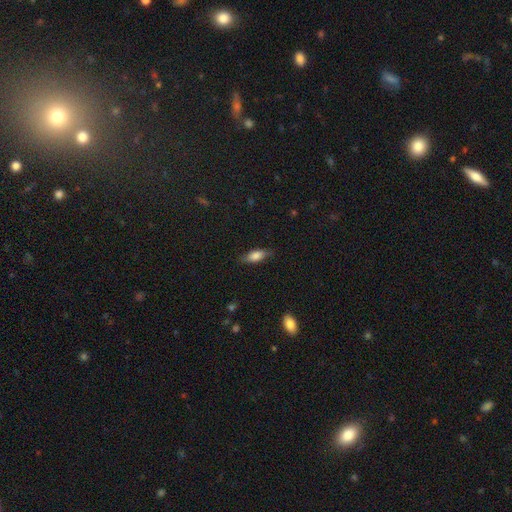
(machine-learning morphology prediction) A smooth galaxy with no disk features (76%) that is in between round and cigar-shaped (71%).

Vote fractions:
- Smooth or featured? smooth: 76% / featured or disk: 17% / star or artifact: 7%
- How rounded? in between: 71% / cigar-shaped: 26% / round: 3%
- Merging? none: 81% / minor disturbance: 15% / major disturbance: 3% / merger: 1%